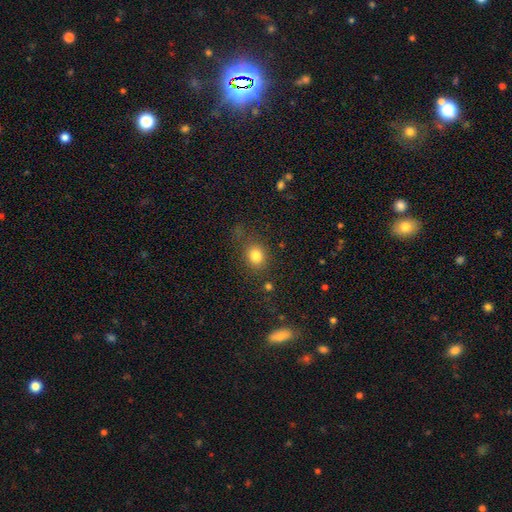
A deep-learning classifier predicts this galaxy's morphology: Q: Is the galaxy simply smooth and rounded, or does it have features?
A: smooth — 82%.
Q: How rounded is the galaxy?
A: round — 65%.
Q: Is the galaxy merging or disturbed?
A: none — 75%.